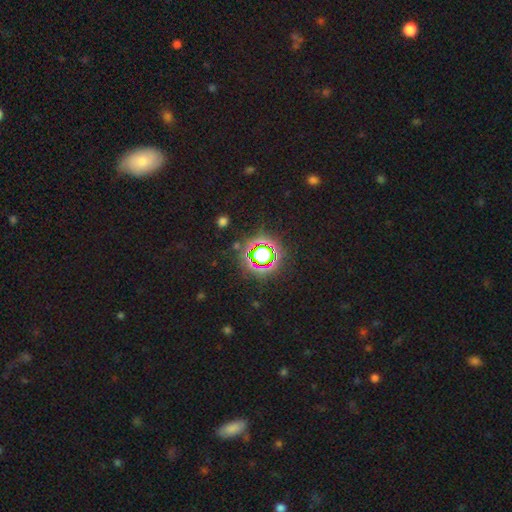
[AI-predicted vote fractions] Smooth or featured? Predicted: star or artifact (p=0.73).